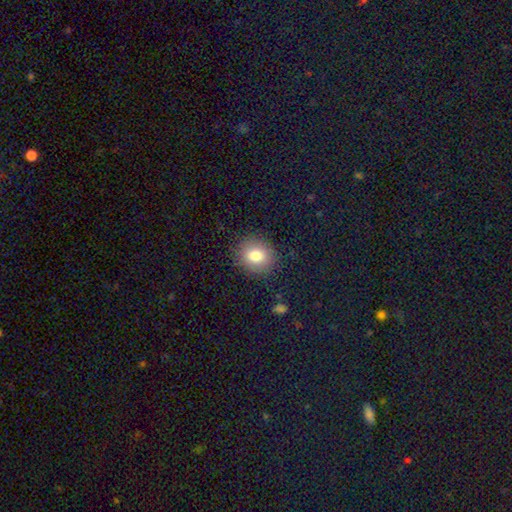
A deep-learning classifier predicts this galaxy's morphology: A smooth galaxy with no disk features (79%) that is round (75%). Merging: none (87%).